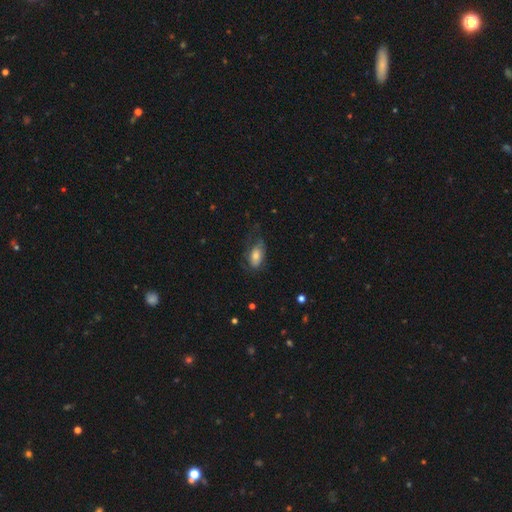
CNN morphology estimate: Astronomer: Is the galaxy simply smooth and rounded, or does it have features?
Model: smooth — 62%.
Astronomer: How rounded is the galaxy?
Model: in between — 88%.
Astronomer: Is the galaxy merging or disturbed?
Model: none — 44% (runner-up: minor disturbance, 28%).